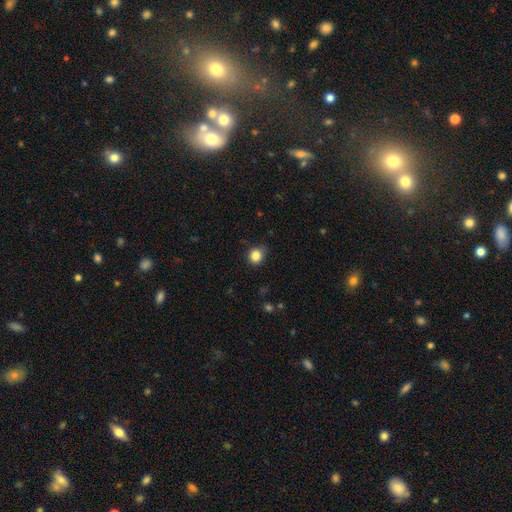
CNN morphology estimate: smooth 84%, star or artifact 11%, featured or disk 5%. Down the decision tree: how rounded — round (82%); merging — none (79%).